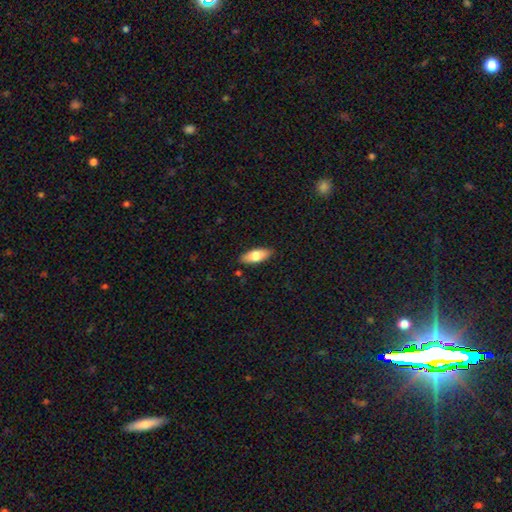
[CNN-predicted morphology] smooth_or_featured: smooth (p=0.74) [alt: featured or disk p=0.20]
how_rounded: in between (p=0.78) [alt: cigar-shaped p=0.20]
merging: none (p=0.88) [alt: minor disturbance p=0.09]